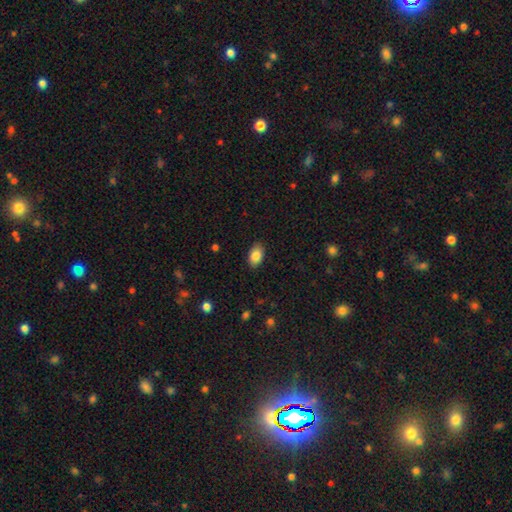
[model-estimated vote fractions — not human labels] Smooth or featured?
  - smooth: 86% *
  - star or artifact: 7%
  - featured or disk: 6%
How rounded?
  - in between: 91% *
  - round: 8%
  - cigar-shaped: 1%
Merging?
  - none: 88% *
  - minor disturbance: 9%
  - major disturbance: 2%
  - merger: 1%